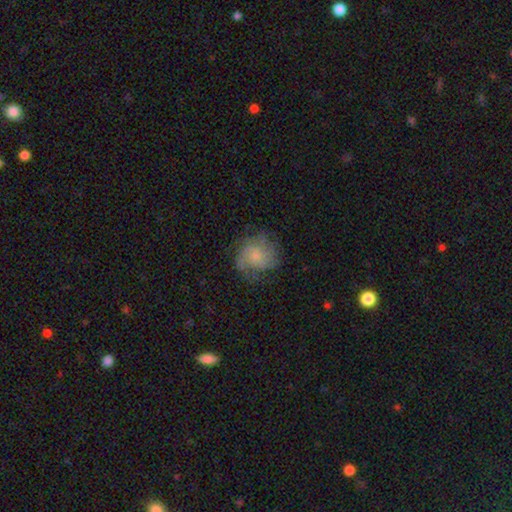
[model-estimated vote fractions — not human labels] A featured or disk galaxy (54%) with no bar (77%), spiral arms (85%) and a small central bulge (59%).

Vote fractions:
- Smooth or featured? featured or disk: 54% / smooth: 37% / star or artifact: 9%
- Edge-on disk? no: 98% / yes: 2%
- Bar? no: 77% / weak: 21% / strong: 2%
- Spiral arms? yes: 85% / no: 15%
- Bulge size? small: 59% / moderate: 25% / none: 12% / large: 3% / dominant: 1%
- Merging? none: 62% / minor disturbance: 22% / major disturbance: 14% / merger: 1%